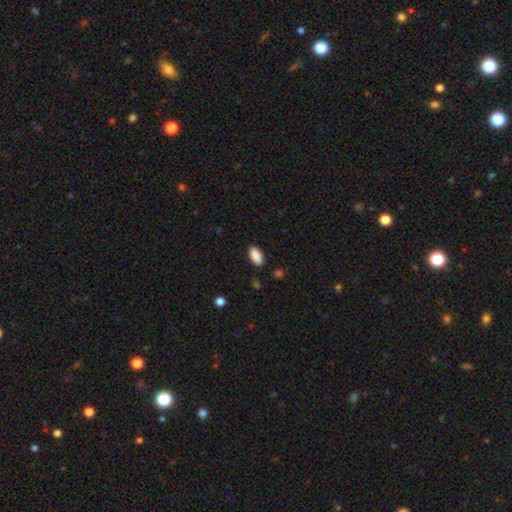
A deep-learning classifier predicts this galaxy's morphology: Smooth or featured? Predicted: smooth (p=0.90). How rounded? Predicted: in between (p=0.92). Merging? Predicted: none (p=0.86).